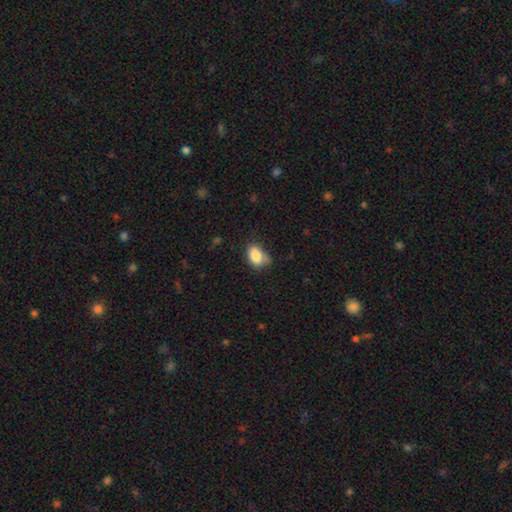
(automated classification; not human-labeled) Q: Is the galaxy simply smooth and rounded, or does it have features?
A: smooth — 84%.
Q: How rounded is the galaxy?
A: in between — 83%.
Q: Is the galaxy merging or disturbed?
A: none — 54%.